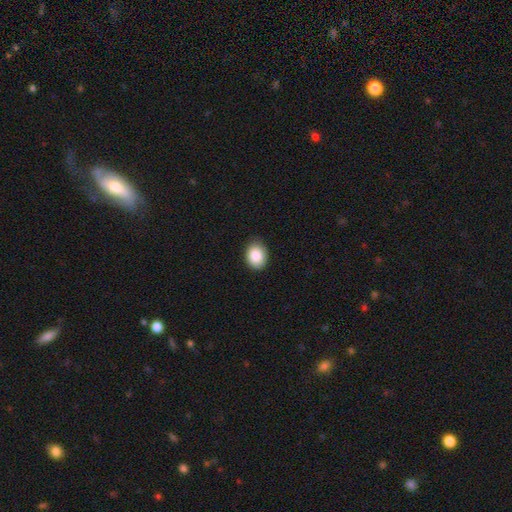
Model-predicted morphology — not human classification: smooth 88%, star or artifact 7%, featured or disk 5%. Down the decision tree: how rounded — in between (66%); merging — none (84%).